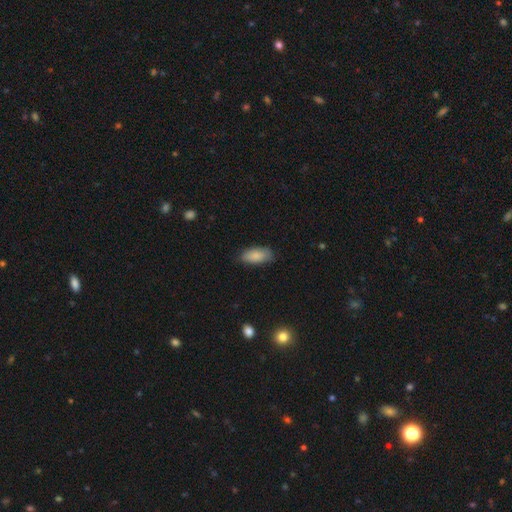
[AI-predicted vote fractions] Overall: smooth (87%). How rounded: in between (88%). Merging: none (80%).